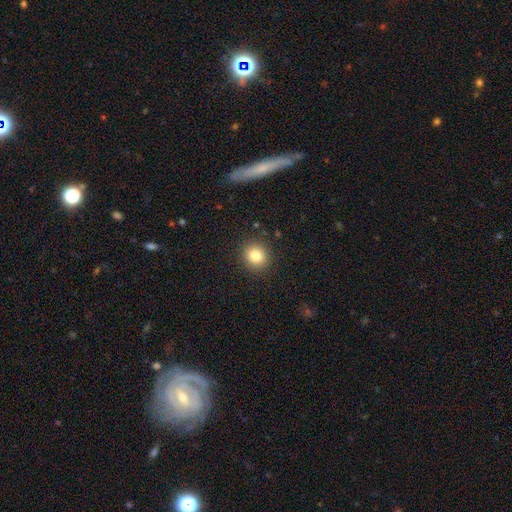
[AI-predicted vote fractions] This is clearly a smooth galaxy (82%). How rounded: clearly round (86%). Merging: clearly none (90%).